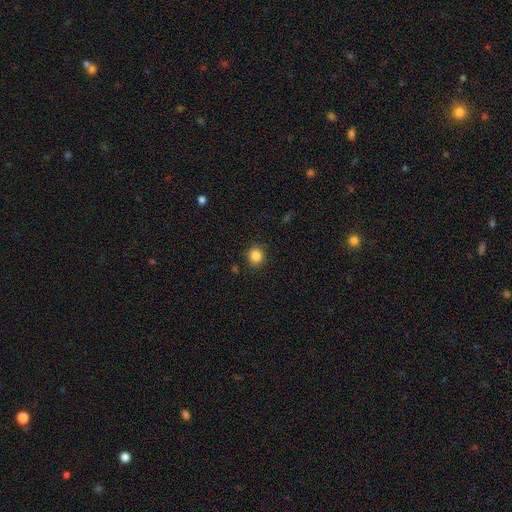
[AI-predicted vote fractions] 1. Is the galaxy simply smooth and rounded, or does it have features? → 85% smooth, 11% star or artifact, 4% featured or disk.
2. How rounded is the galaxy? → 91% round, 8% in between, 1% cigar-shaped.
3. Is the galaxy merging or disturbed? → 90% none, 6% minor disturbance, 2% major disturbance, 1% merger.